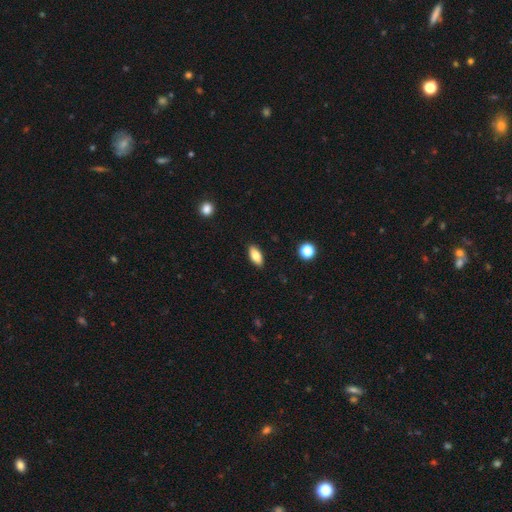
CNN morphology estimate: This appears to be a smooth galaxy with no disk features (81%) that is in between round and cigar-shaped (86%). Merging: none (89%).